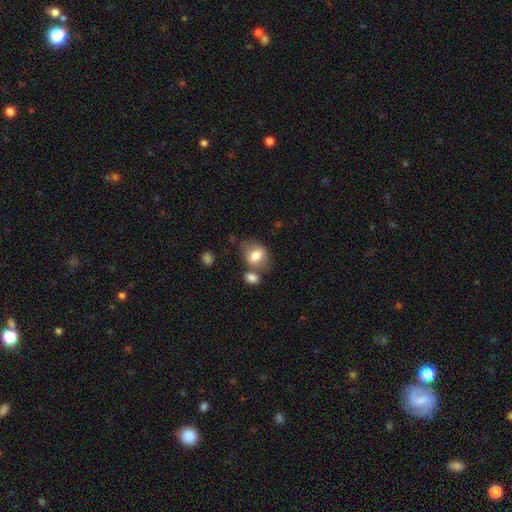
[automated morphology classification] Smooth or featured? Predicted: smooth (p=0.72). How rounded? Predicted: in between (p=0.64). Merging? Predicted: none (p=0.53).